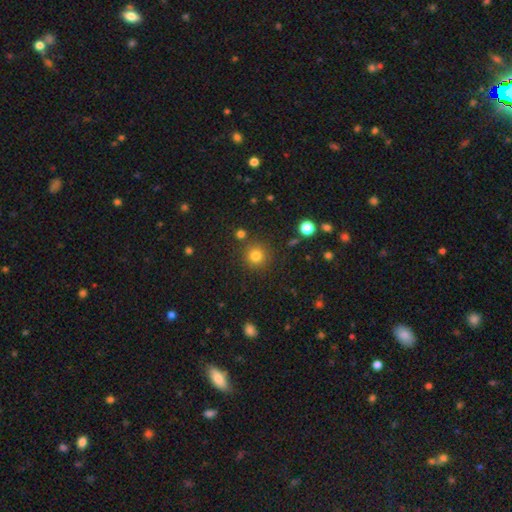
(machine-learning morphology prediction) This is clearly a smooth galaxy (81%). How rounded: clearly round (93%). Merging: clearly none (86%).